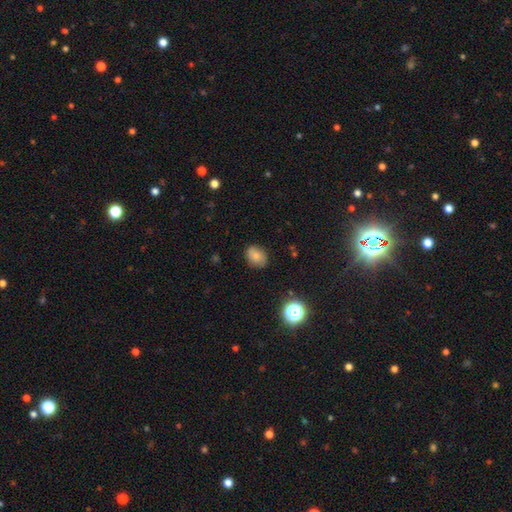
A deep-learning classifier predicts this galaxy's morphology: This appears to be a smooth galaxy with no disk features (74%) that is in between round and cigar-shaped (63%). Merging: none (81%).